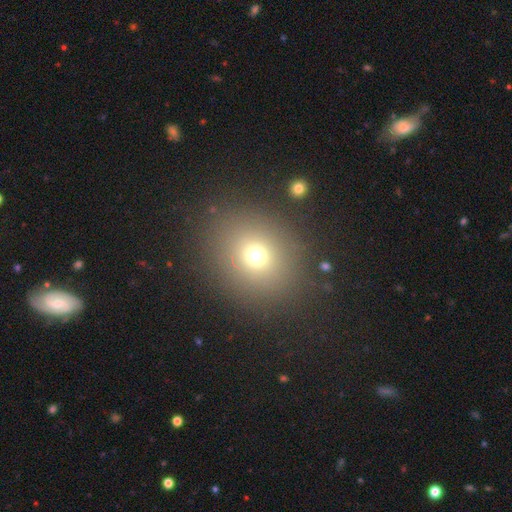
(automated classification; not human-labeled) Q: Smooth or featured?
A: smooth (69%); runner-up: star or artifact (19%)
Q: How rounded?
A: round (72%); runner-up: in between (27%)
Q: Merging?
A: none (84%); runner-up: minor disturbance (8%)